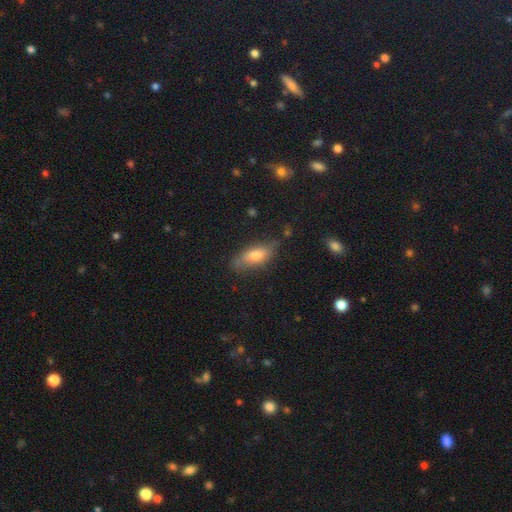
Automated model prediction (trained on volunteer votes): Smooth or featured? smooth (72%)
How rounded? in between (76%)
Merging? none (69%)